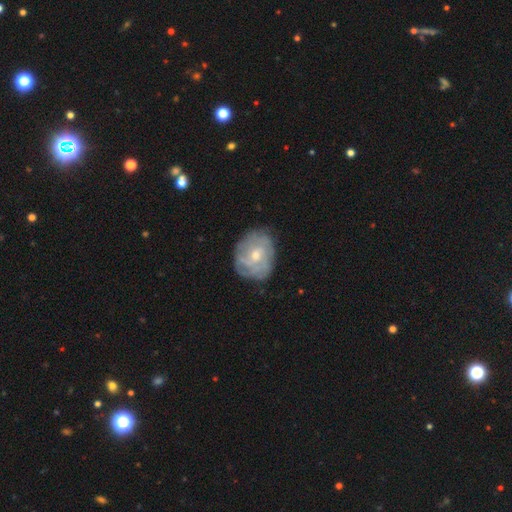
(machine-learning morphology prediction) Smooth or featured? Predicted: featured or disk (p=0.67). Edge-on disk? Predicted: no (p=0.97). Bar? Predicted: no (p=0.65). Spiral arms? Predicted: yes (p=0.75). Bulge size? Predicted: moderate (p=0.53). Merging? Predicted: none (p=0.71).